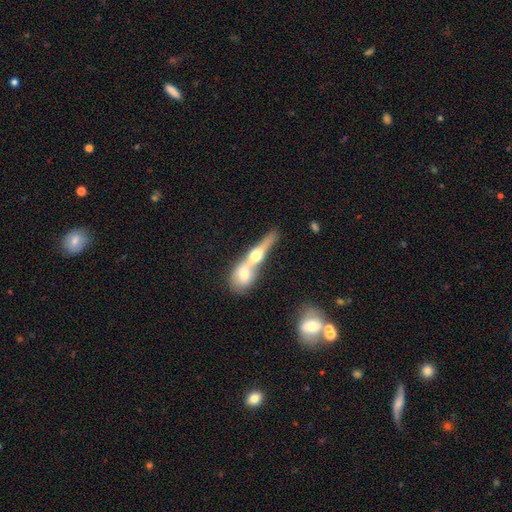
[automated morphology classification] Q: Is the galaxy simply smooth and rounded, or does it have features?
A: featured or disk — 47%.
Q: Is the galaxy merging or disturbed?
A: merger — 66%.